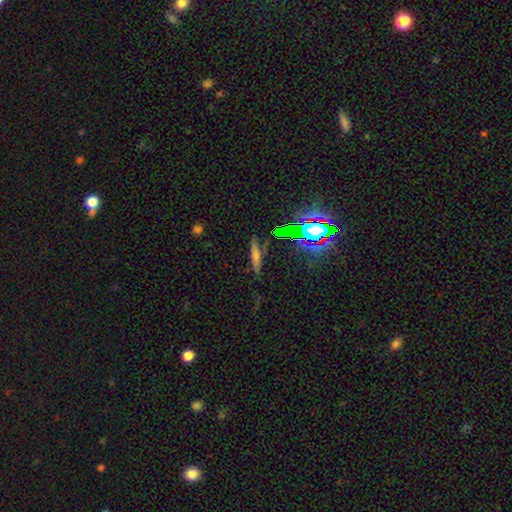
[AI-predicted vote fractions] Q: Smooth or featured?
A: smooth (55%); runner-up: featured or disk (27%)
Q: How rounded?
A: cigar-shaped (84%); runner-up: in between (13%)
Q: Merging?
A: none (76%); runner-up: minor disturbance (16%)